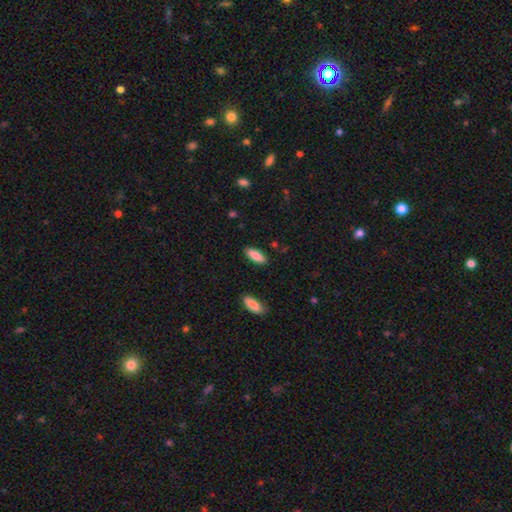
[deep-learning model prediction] Morphology: type=smooth (87%); roundness=in between (68%); merging=none (88%).